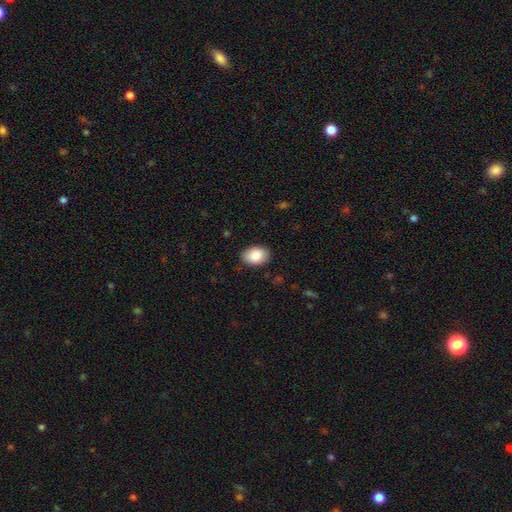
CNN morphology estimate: A smooth galaxy with no disk features (88%) that is in between round and cigar-shaped (81%). Merging: none (87%).